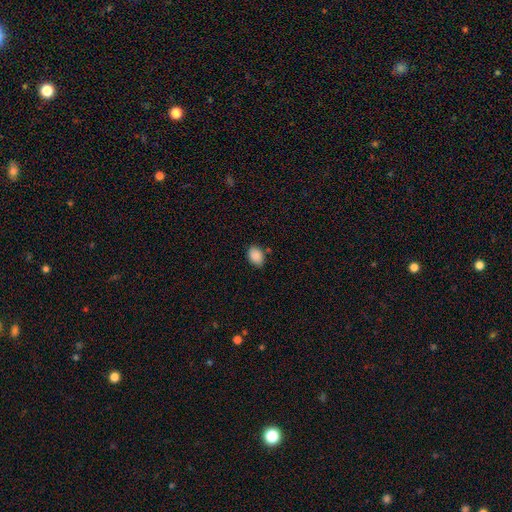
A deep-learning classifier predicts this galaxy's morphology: Smooth or featured?
  - smooth: 88% *
  - star or artifact: 8%
  - featured or disk: 4%
How rounded?
  - in between: 76% *
  - round: 23%
  - cigar-shaped: 1%
Merging?
  - none: 79% *
  - minor disturbance: 15%
  - major disturbance: 3%
  - merger: 3%